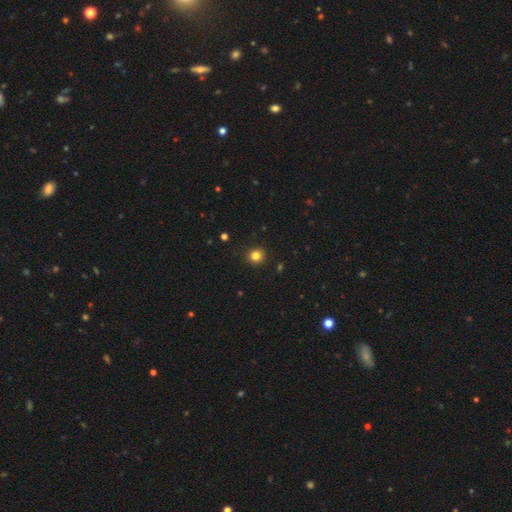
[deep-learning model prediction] smooth 83%, star or artifact 13%, featured or disk 5%. Down the decision tree: how rounded — round (90%); merging — none (91%).